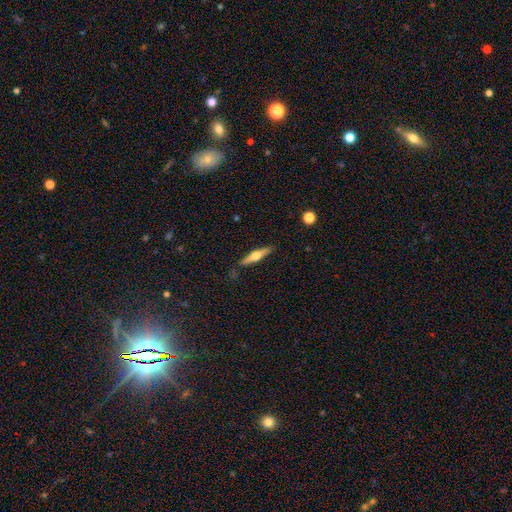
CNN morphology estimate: This appears to be a featured or disk galaxy (62%) viewed edge-on (97%) with a rounded central bulge (93%). Merging: none (87%).